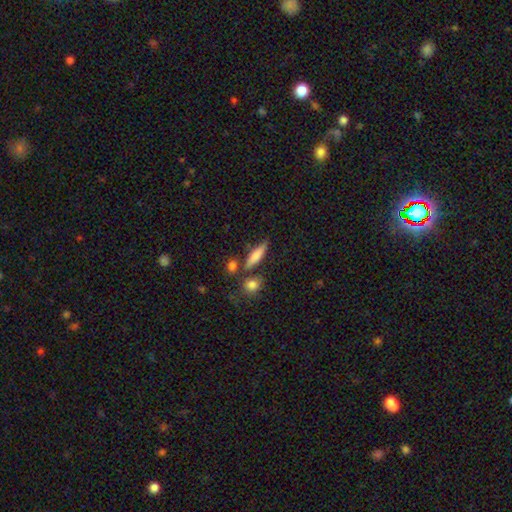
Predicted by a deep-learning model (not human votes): A smooth galaxy with no disk features (67%) that is cigar-shaped (70%). Merging: none (72%).